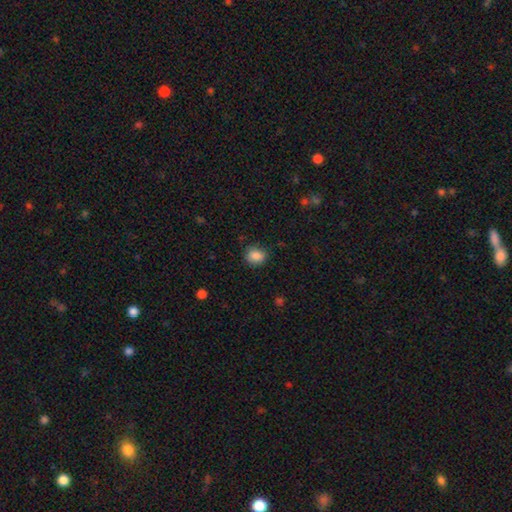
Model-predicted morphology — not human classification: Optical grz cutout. It shows a smooth galaxy with no disk features (87%) that is round (61%). Merging: none (81%).